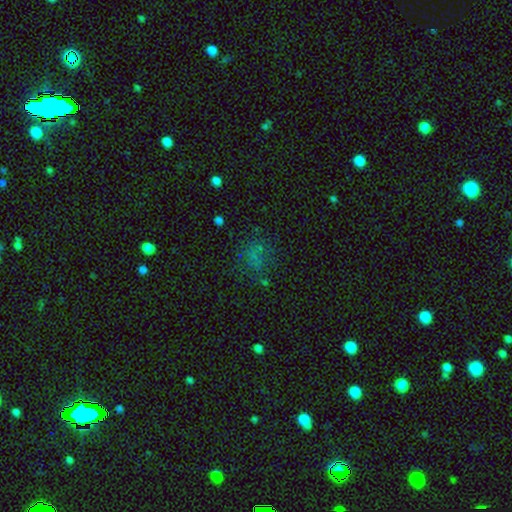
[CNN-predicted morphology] A smooth galaxy with no disk features (52%) that is round (58%).

Vote fractions:
- Smooth or featured? smooth: 52% / star or artifact: 34% / featured or disk: 14%
- How rounded? round: 58% / in between: 40% / cigar-shaped: 2%
- Merging? none: 63% / minor disturbance: 18% / major disturbance: 15% / merger: 5%